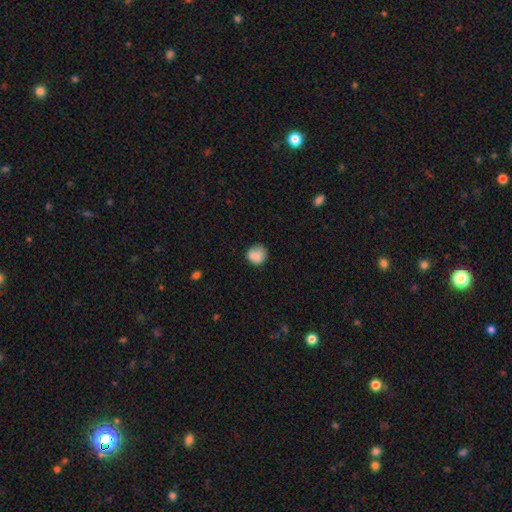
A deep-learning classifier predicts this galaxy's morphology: The model was most divided on "merging": none: 73%, minor disturbance: 20%, major disturbance: 5%, merger: 2%. More confident: smooth or featured — smooth (85%); how rounded — round (83%).